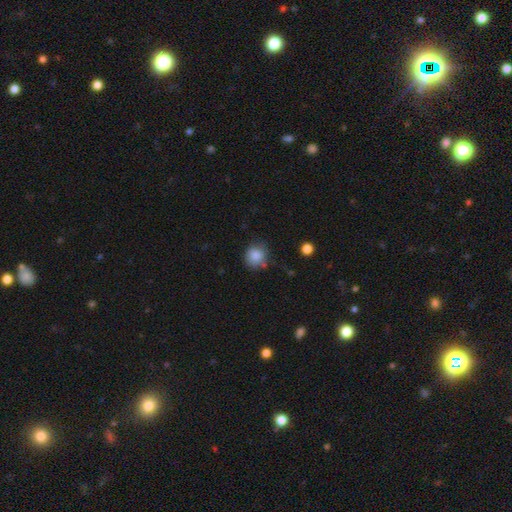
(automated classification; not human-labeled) A smooth galaxy with no disk features (84%) that is round (79%).

Vote fractions:
- Smooth or featured? smooth: 84% / star or artifact: 9% / featured or disk: 7%
- How rounded? round: 79% / in between: 20% / cigar-shaped: 1%
- Merging? none: 71% / minor disturbance: 20% / major disturbance: 5% / merger: 4%